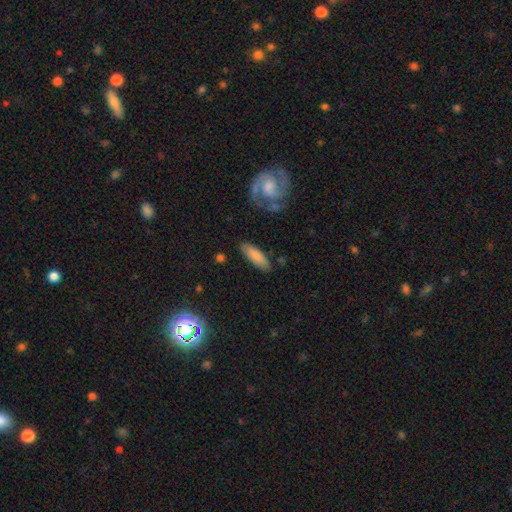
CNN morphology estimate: smooth 80%, featured or disk 15%, star or artifact 6%. Down the decision tree: how rounded — in between (54%); merging — none (82%).